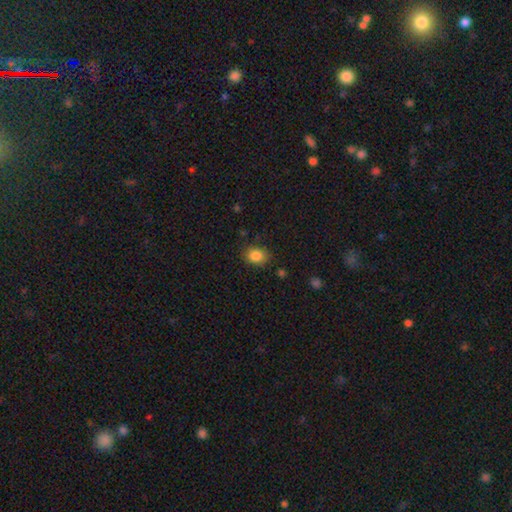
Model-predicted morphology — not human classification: This is clearly a smooth galaxy (85%). How rounded: possibly in between (57%). Merging: clearly none (83%).